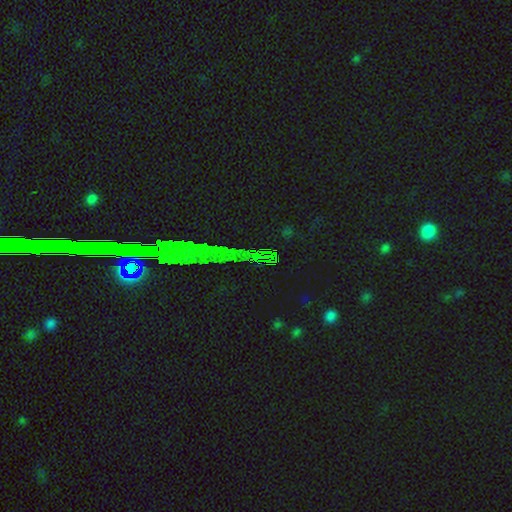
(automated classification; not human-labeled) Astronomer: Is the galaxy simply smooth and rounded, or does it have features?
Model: star or artifact — 79%.